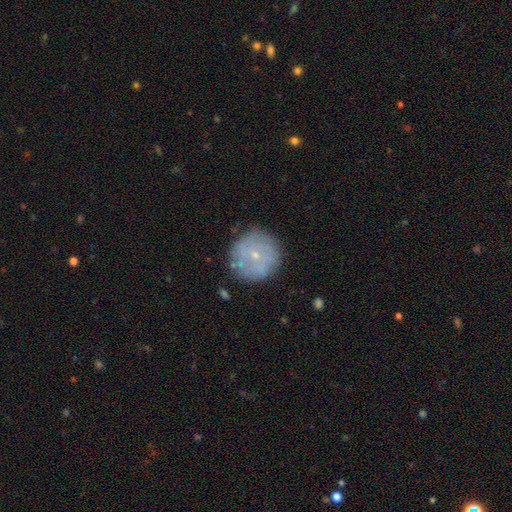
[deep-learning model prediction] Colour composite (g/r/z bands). It shows a smooth galaxy with no disk features (55%) that is round (95%). Merging: none (80%).